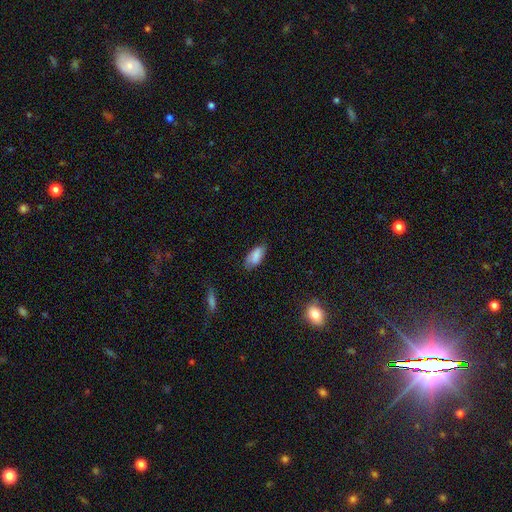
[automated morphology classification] Smooth or featured? smooth (80%)
How rounded? in between (88%)
Merging? none (71%)